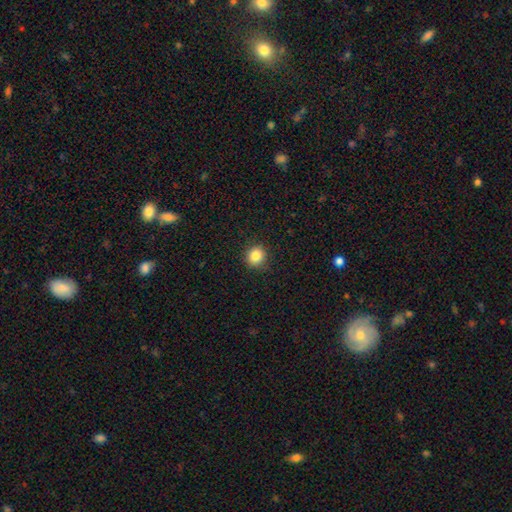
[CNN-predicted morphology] Overall: smooth (84%). How rounded: round (89%). Merging: none (90%).